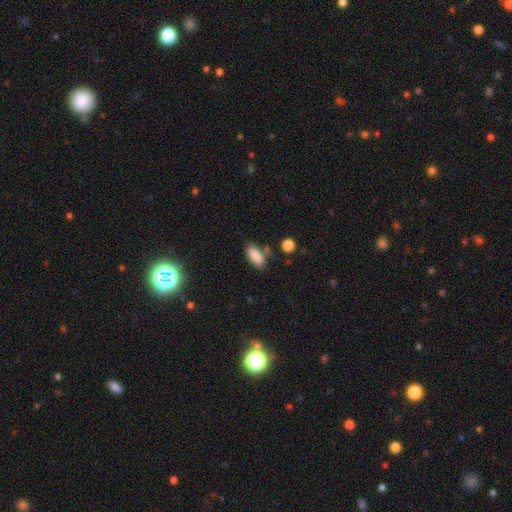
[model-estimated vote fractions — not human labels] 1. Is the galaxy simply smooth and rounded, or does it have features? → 85% smooth, 8% featured or disk, 7% star or artifact.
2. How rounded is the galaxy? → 85% in between, 12% cigar-shaped, 3% round.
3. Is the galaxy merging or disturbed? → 71% none, 17% minor disturbance, 7% merger, 4% major disturbance.